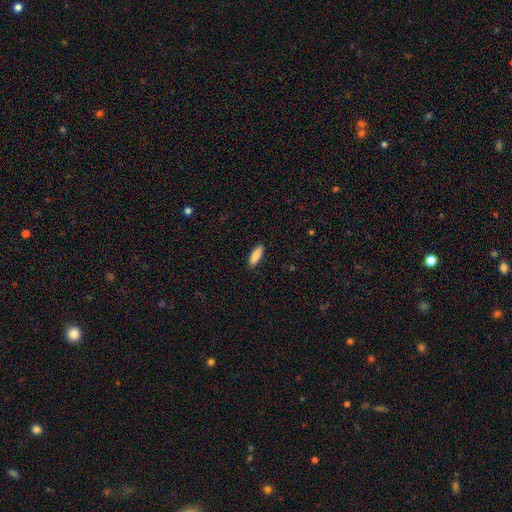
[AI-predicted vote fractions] smooth 89%, star or artifact 6%, featured or disk 5%. Down the decision tree: how rounded — in between (55%); merging — none (90%).